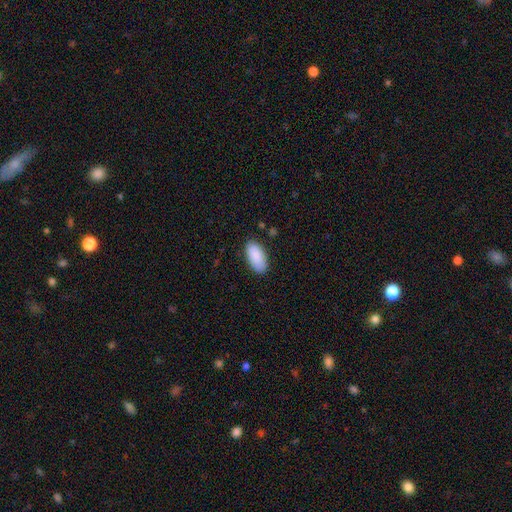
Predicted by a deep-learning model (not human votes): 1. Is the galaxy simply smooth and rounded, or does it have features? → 89% smooth, 6% star or artifact, 5% featured or disk.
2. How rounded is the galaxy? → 94% in between, 4% cigar-shaped, 2% round.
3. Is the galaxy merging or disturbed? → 84% none, 12% minor disturbance, 2% major disturbance, 1% merger.